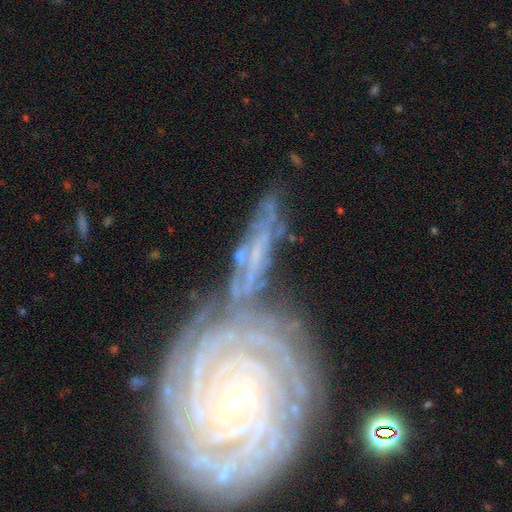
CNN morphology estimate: featured or disk 82%, smooth 9%, star or artifact 9%. Down the decision tree: edge-on disk — no (93%); bar — no (46%); spiral arms — yes (96%); spiral arm count — can't tell (30%); spiral winding — tight (87%); bulge size — small (83%); merging — none (45%).